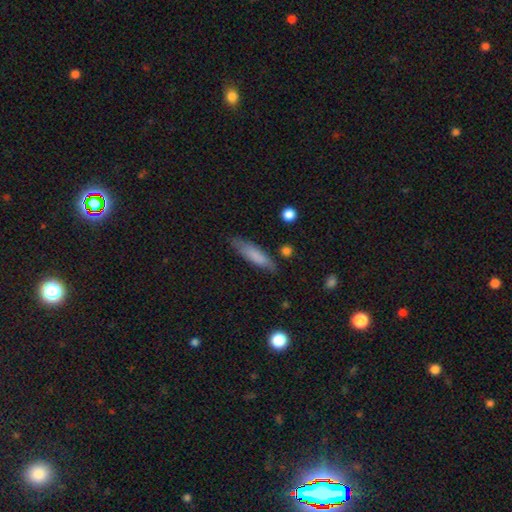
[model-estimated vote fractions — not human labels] A smooth galaxy with no disk features (76%) that is cigar-shaped (72%). Merging: none (76%).